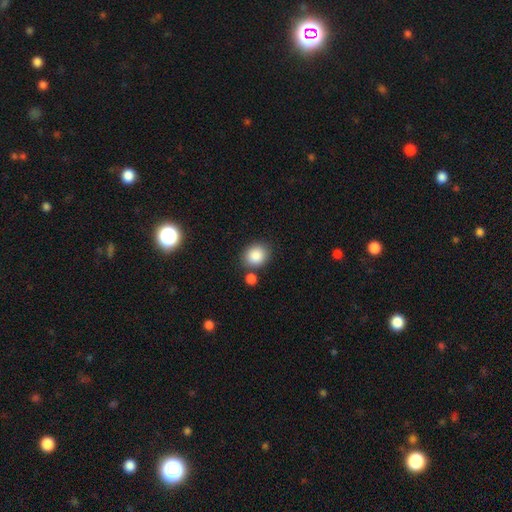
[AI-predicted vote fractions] Smooth or featured? smooth (87%)
How rounded? round (64%)
Merging? none (73%)